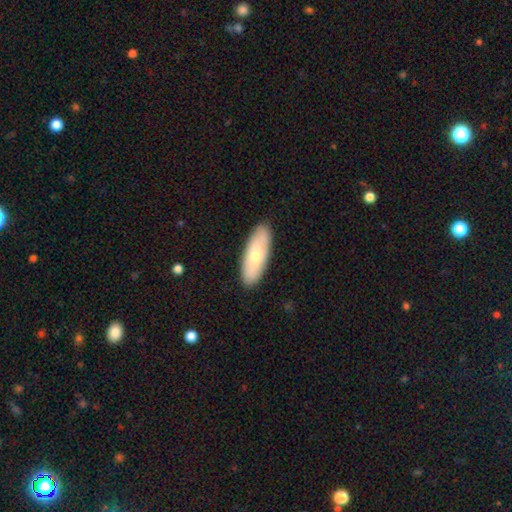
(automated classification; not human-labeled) smooth-or-featured: smooth: 66% | featured or disk: 28% | star or artifact: 5%
  how-rounded: in between: 67% | cigar-shaped: 31% | round: 2%
  merging: none: 89% | minor disturbance: 8% | major disturbance: 2% | merger: 1%